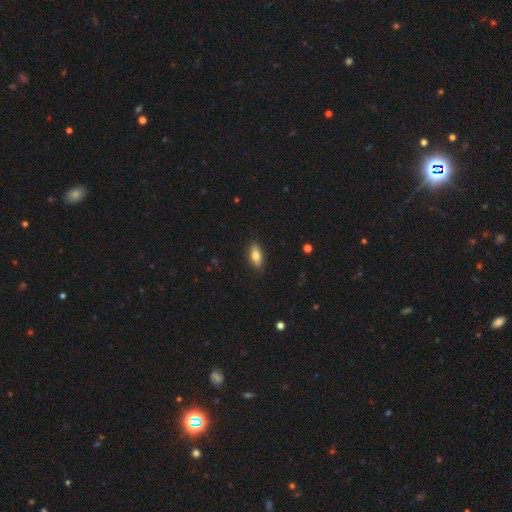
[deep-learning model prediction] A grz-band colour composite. It shows a smooth galaxy with no disk features (77%) that is in between round and cigar-shaped (83%). Merging: none (87%).